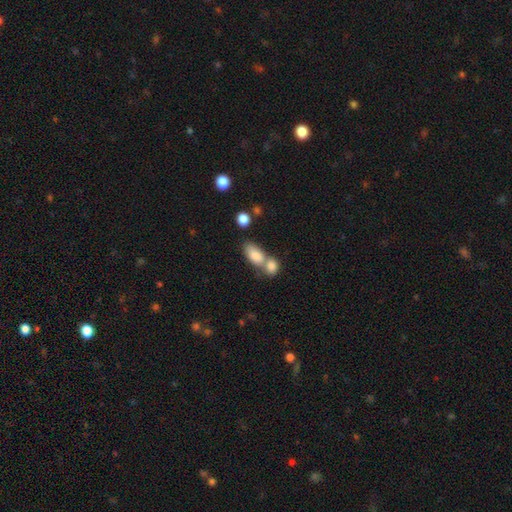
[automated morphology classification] Smooth or featured: smooth — 83% (featured or disk — 10%)
How rounded: in between — 88% (round — 7%)
Merging: merger — 55% (none — 32%)